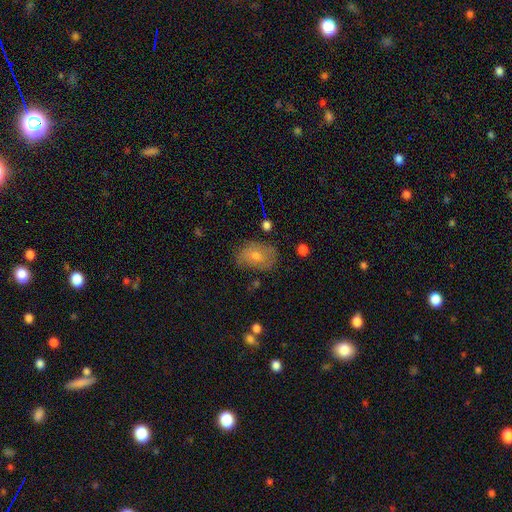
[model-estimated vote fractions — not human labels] smooth-or-featured: smooth: 55% | featured or disk: 32% | star or artifact: 13%
  how-rounded: in between: 76% | round: 22% | cigar-shaped: 1%
  merging: none: 70% | minor disturbance: 21% | major disturbance: 6% | merger: 2%